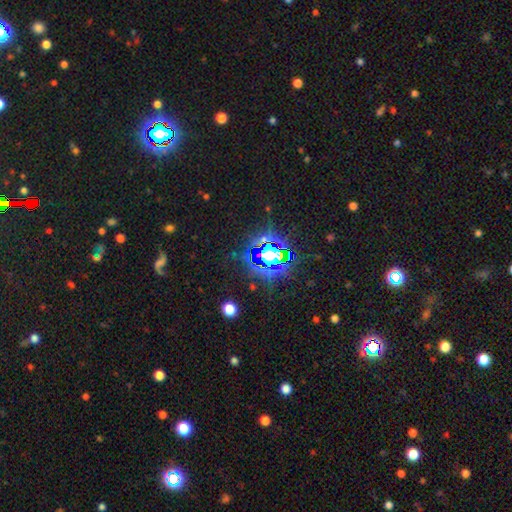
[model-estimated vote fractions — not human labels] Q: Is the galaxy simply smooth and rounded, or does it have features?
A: star or artifact — 75%.